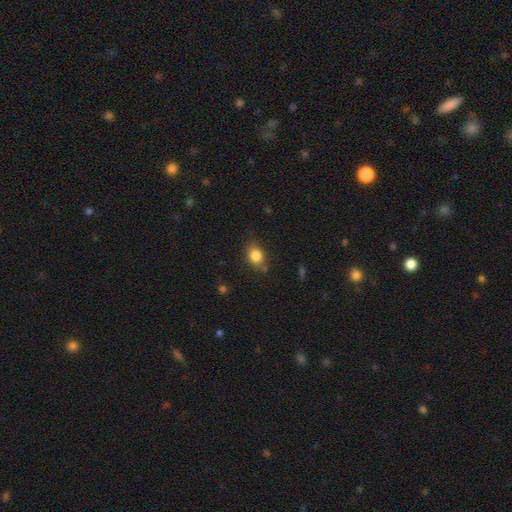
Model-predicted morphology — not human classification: Smooth or featured: smooth — 82% (star or artifact — 9%)
How rounded: in between — 67% (round — 31%)
Merging: none — 71% (minor disturbance — 22%)